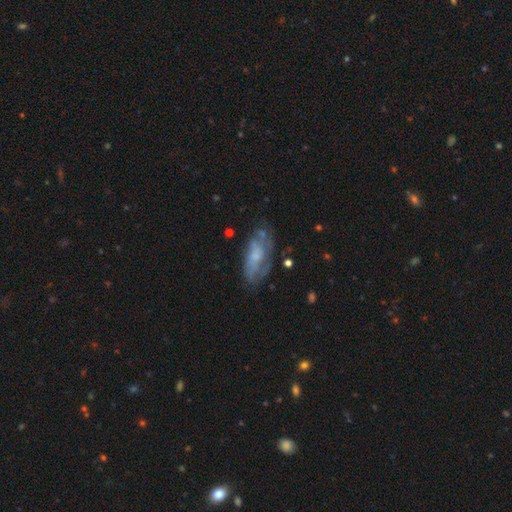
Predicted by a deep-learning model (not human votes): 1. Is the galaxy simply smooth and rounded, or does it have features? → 58% featured or disk, 34% smooth, 8% star or artifact.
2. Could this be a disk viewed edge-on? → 89% no, 11% yes.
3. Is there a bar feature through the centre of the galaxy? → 74% no, 23% weak, 4% strong.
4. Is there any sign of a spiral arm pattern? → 65% yes, 35% no.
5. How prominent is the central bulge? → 41% small, 32% moderate, 20% none, 5% large, 1% dominant.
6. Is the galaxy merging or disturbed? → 57% none, 25% minor disturbance, 15% major disturbance, 4% merger.